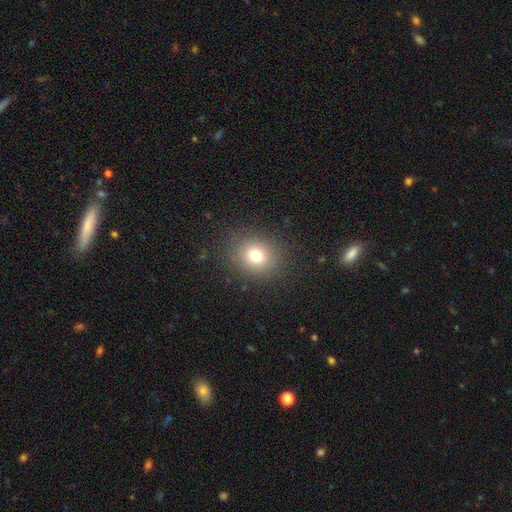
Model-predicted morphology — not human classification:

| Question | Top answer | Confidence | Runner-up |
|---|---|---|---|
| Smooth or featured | smooth | 76% | star or artifact (15%) |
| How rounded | round | 72% | in between (27%) |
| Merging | none | 87% | minor disturbance (8%) |